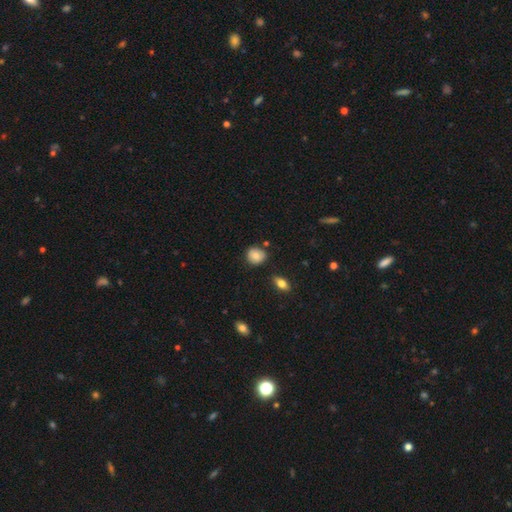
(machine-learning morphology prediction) Smooth or featured? Predicted: smooth (p=0.80). How rounded? Predicted: round (p=0.84). Merging? Predicted: none (p=0.80).